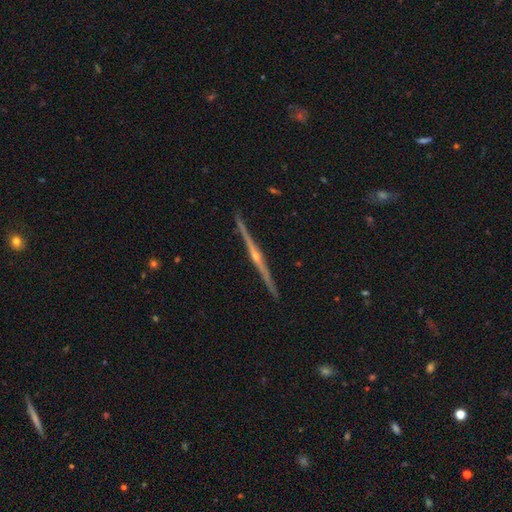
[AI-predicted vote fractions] The model was most divided on "smooth or featured": featured or disk: 89%, smooth: 6%, star or artifact: 5%. More confident: edge-on disk — yes (99%); merging — none (92%); edge-on bulge — rounded (90%).